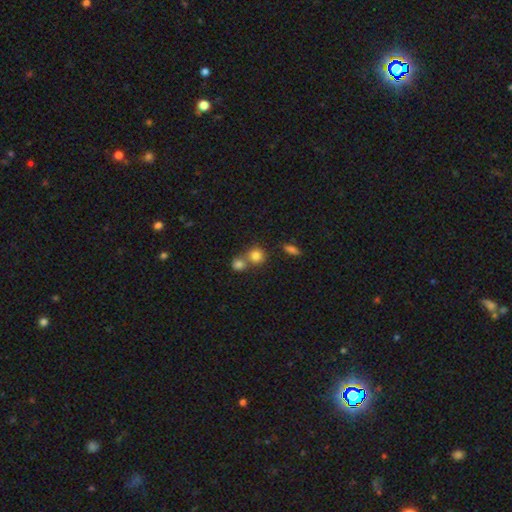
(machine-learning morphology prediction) Overall: smooth (81%). How rounded: round (83%). Merging: none (47%; merger 43%).